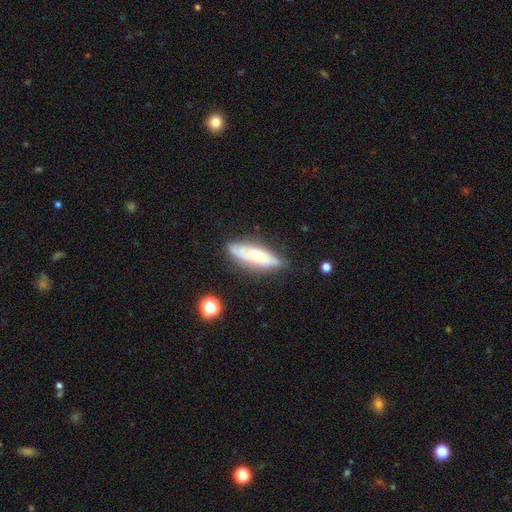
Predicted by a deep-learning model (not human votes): smooth-or-featured: featured or disk: 53% | smooth: 39% | star or artifact: 7%
  disk-edge-on: no: 64% | yes: 36%
  merging: none: 72% | minor disturbance: 21% | major disturbance: 5% | merger: 3%